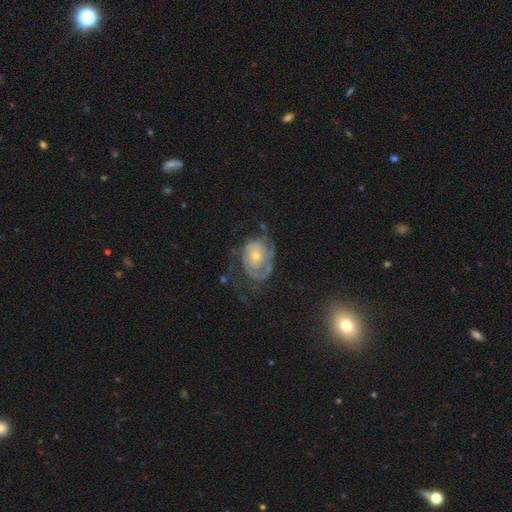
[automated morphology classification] Smooth or featured? featured or disk (76%)
Edge-on disk? no (97%)
Bar? no (80%)
Spiral arms? yes (83%)
Spiral winding? tight (55%)
Spiral arm count? 2 (37%)
Bulge size? small (52%)
Merging? none (48%)